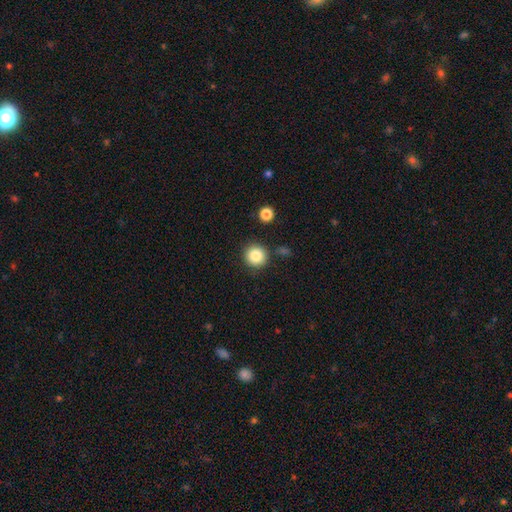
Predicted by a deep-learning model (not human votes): This appears to be a smooth galaxy with no disk features (85%) that is round (93%). Merging: none (86%).